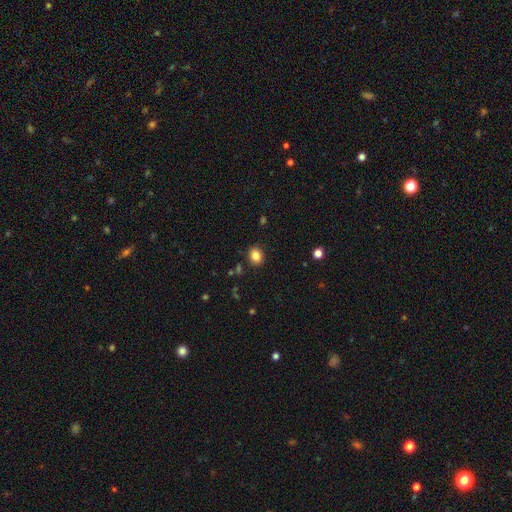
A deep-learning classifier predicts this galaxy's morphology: This appears to be a smooth galaxy with no disk features (84%) that is round (59%). Merging: none (88%).